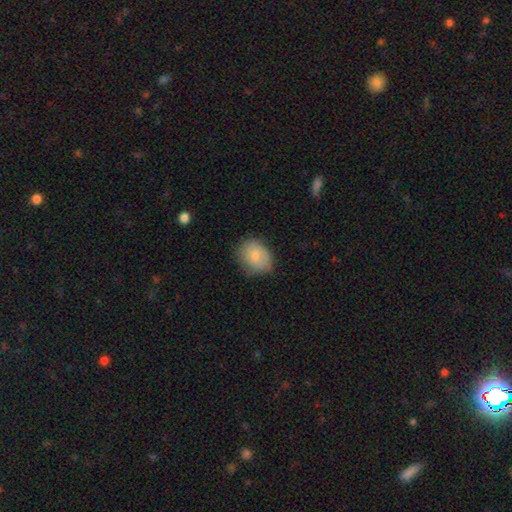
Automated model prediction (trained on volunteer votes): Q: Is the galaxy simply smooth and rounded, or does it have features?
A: smooth — 75%.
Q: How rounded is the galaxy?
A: round — 51%.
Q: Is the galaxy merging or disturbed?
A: none — 67%.